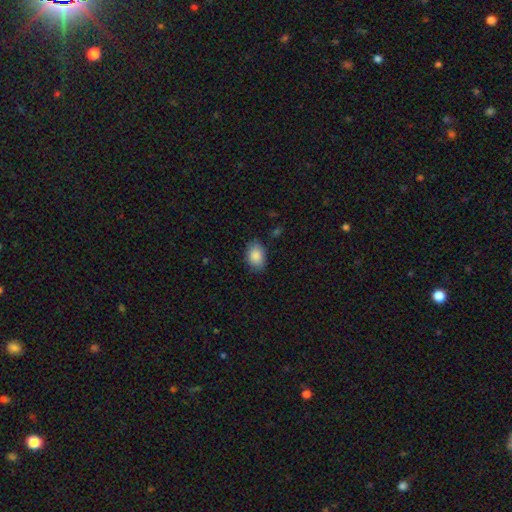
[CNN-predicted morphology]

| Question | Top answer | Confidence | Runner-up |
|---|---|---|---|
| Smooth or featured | smooth | 88% | star or artifact (7%) |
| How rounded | in between | 84% | round (15%) |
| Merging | none | 82% | minor disturbance (14%) |